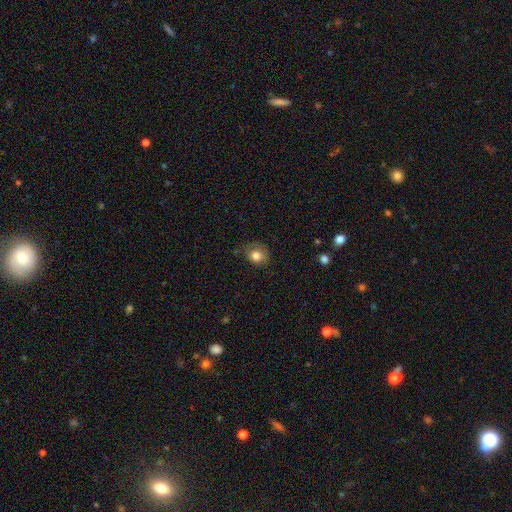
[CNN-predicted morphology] smooth_or_featured: smooth (p=0.79) [alt: featured or disk p=0.12]
how_rounded: round (p=0.70) [alt: in between p=0.30]
merging: none (p=0.60) [alt: minor disturbance p=0.28]